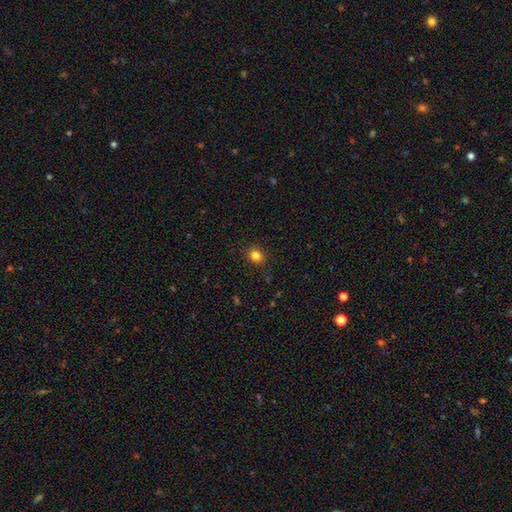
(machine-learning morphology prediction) This appears to be a smooth galaxy with no disk features (83%) that is round (75%). Merging: none (89%).